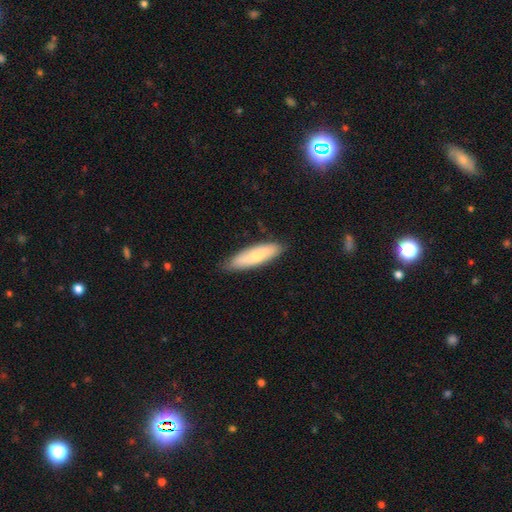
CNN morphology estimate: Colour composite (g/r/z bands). It shows a smooth galaxy with no disk features (66%) that is cigar-shaped (59%). Merging: none (83%).